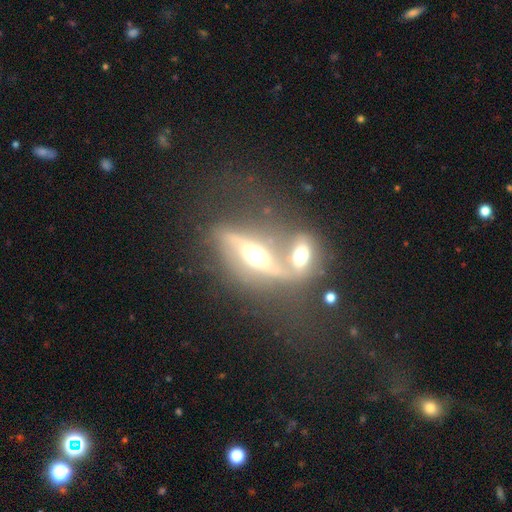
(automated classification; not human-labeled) A featured or disk galaxy (73%).

Vote fractions:
- Smooth or featured? featured or disk: 73% / smooth: 20% / star or artifact: 7%
- Edge-on disk? no: 51% / yes: 49%
- Merging? merger: 63% / none: 21% / major disturbance: 9% / minor disturbance: 8%